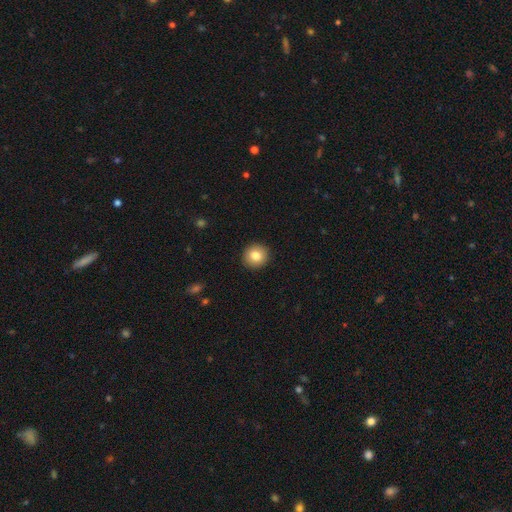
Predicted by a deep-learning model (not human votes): The model was most divided on "smooth or featured": smooth: 82%, featured or disk: 9%, star or artifact: 9%. More confident: merging — none (93%); how rounded — round (92%).